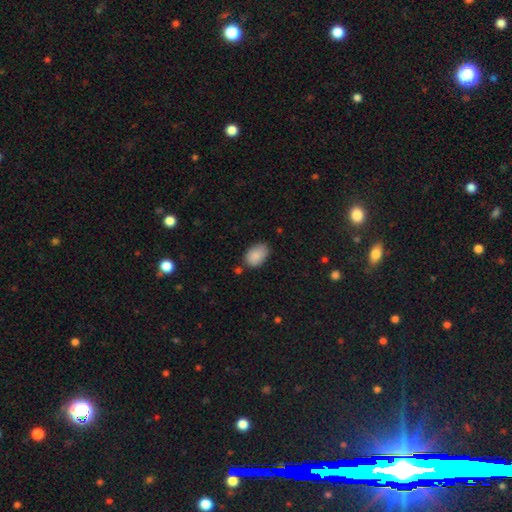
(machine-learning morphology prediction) This appears to be a smooth galaxy with no disk features (88%) that is in between round and cigar-shaped (85%). Merging: none (64%).